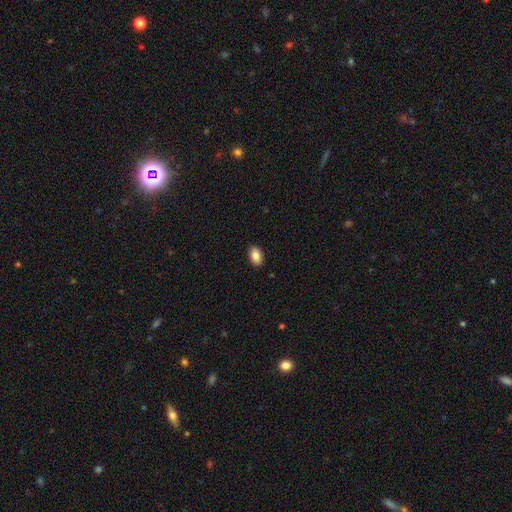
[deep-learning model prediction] smooth_or_featured: smooth (p=0.87) [alt: star or artifact p=0.08]
how_rounded: in between (p=0.91) [alt: round p=0.08]
merging: none (p=0.89) [alt: minor disturbance p=0.08]